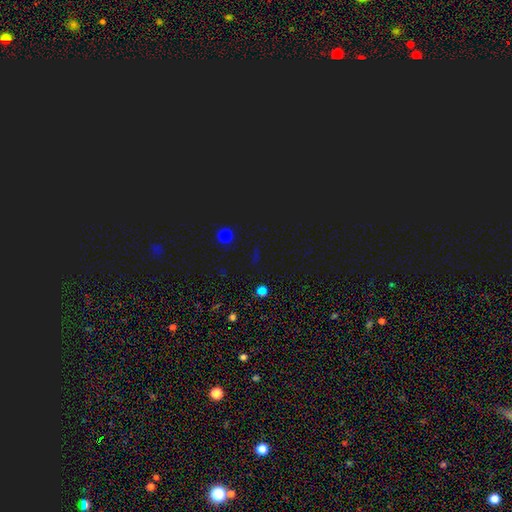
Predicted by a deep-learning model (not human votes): smooth_or_featured: star or artifact (p=0.63) [alt: smooth p=0.29]